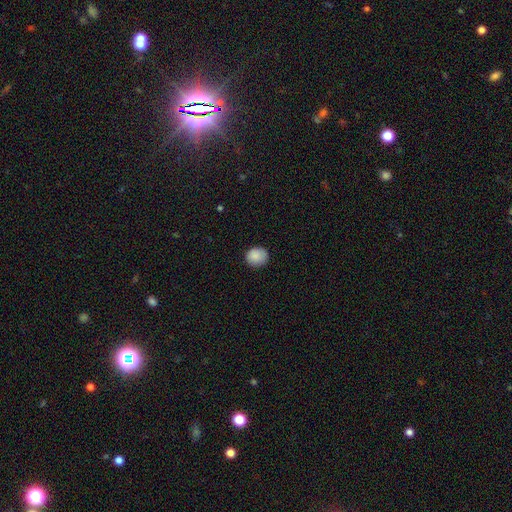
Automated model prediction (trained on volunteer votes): smooth-or-featured: smooth: 88% | star or artifact: 8% | featured or disk: 4%
  how-rounded: round: 81% | in between: 18% | cigar-shaped: 1%
  merging: none: 85% | minor disturbance: 11% | major disturbance: 2% | merger: 1%